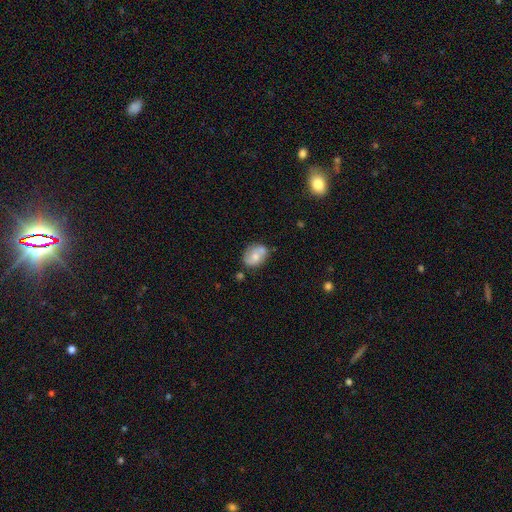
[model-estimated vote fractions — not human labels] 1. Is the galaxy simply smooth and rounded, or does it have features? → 51% smooth, 41% featured or disk, 8% star or artifact.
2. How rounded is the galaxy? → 59% in between, 39% round, 1% cigar-shaped.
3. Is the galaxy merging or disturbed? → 53% none, 22% minor disturbance, 19% merger, 6% major disturbance.